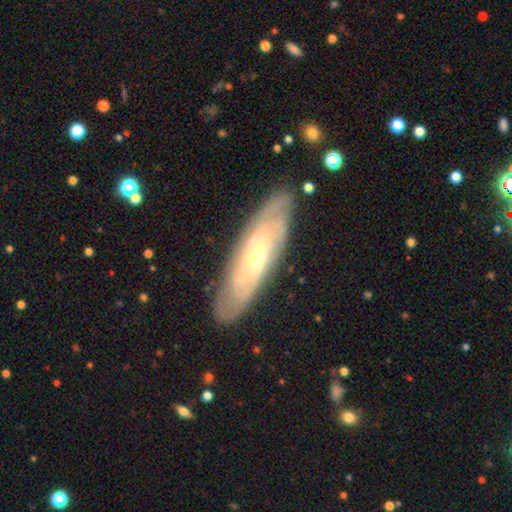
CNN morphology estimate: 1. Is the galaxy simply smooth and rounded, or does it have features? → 79% featured or disk, 16% smooth, 6% star or artifact.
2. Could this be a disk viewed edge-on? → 79% no, 21% yes.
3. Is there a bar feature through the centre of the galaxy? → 73% no, 21% weak, 6% strong.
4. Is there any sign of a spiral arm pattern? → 86% yes, 14% no.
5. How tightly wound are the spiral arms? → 75% tight, 20% medium, 5% loose.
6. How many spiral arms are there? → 59% can't tell, 18% 2, 8% 3, 7% 4, 5% more than 4, 4% 1.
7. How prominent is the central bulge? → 59% small, 38% moderate, 2% large, 1% none, 1% dominant.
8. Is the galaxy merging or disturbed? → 83% none, 12% minor disturbance, 3% major disturbance, 1% merger.